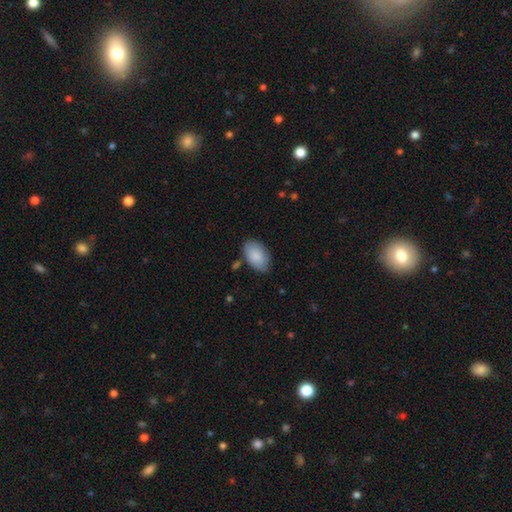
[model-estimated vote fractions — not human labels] This appears to be a smooth galaxy with no disk features (89%) that is in between round and cigar-shaped (94%). Merging: none (79%).